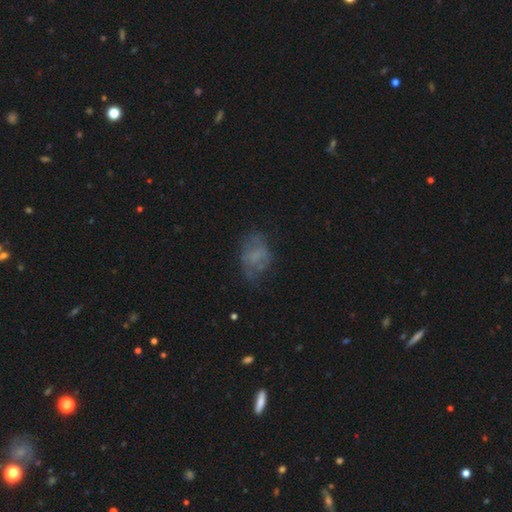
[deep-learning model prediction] smooth-or-featured: smooth: 46% | featured or disk: 39% | star or artifact: 15%
  merging: none: 52% | minor disturbance: 25% | major disturbance: 21% | merger: 2%